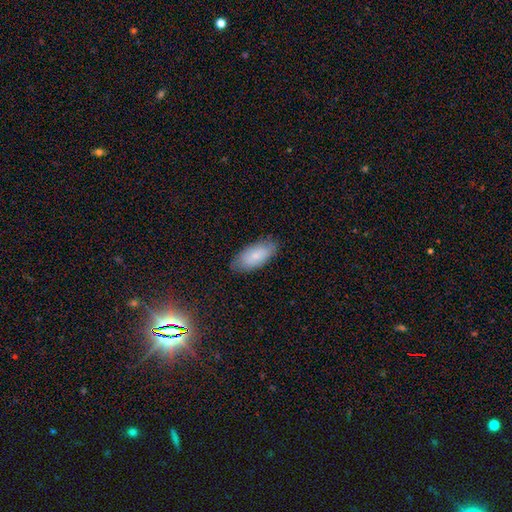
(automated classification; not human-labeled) Smooth or featured: smooth — 77% (featured or disk — 16%)
How rounded: in between — 89% (cigar-shaped — 9%)
Merging: none — 81% (minor disturbance — 15%)